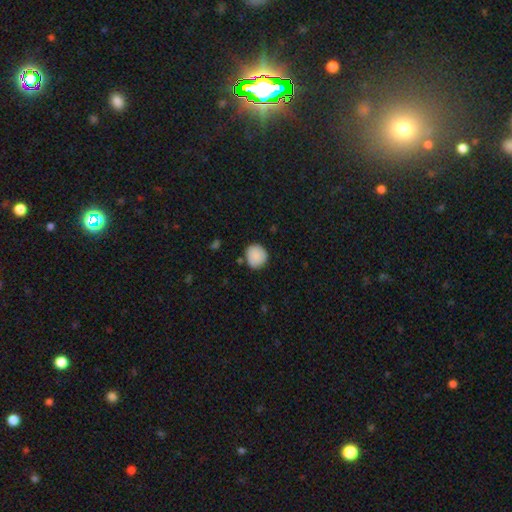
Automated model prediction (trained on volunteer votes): Overall: smooth (86%). How rounded: round (88%). Merging: none (81%).